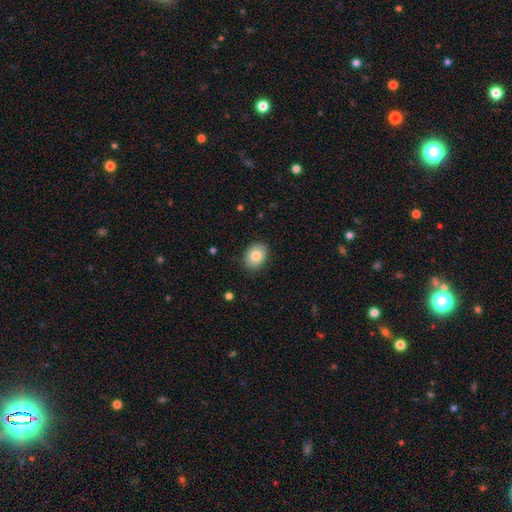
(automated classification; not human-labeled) smooth-or-featured: smooth: 82% | featured or disk: 11% | star or artifact: 8%
  how-rounded: in between: 64% | round: 36% | cigar-shaped: 1%
  merging: none: 86% | minor disturbance: 11% | major disturbance: 2% | merger: 1%